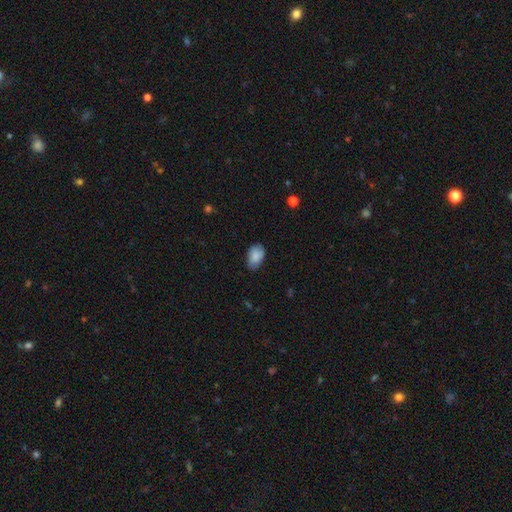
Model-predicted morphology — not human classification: The model was most divided on "merging": none: 68%, minor disturbance: 27%, major disturbance: 4%, merger: 1%. More confident: how rounded — in between (89%); smooth or featured — smooth (85%).